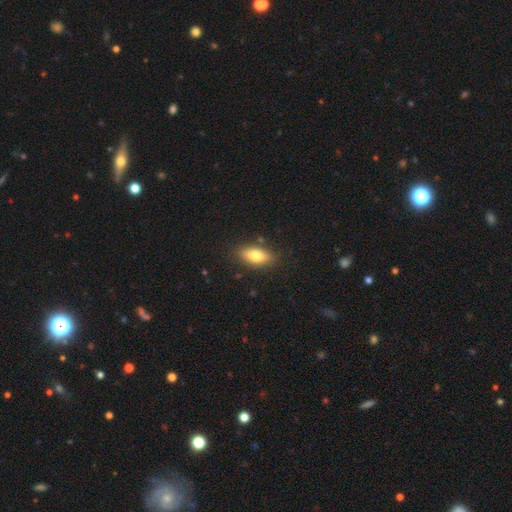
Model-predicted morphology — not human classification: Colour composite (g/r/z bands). It shows a smooth galaxy with no disk features (75%) that is in between round and cigar-shaped (83%). Merging: none (84%).